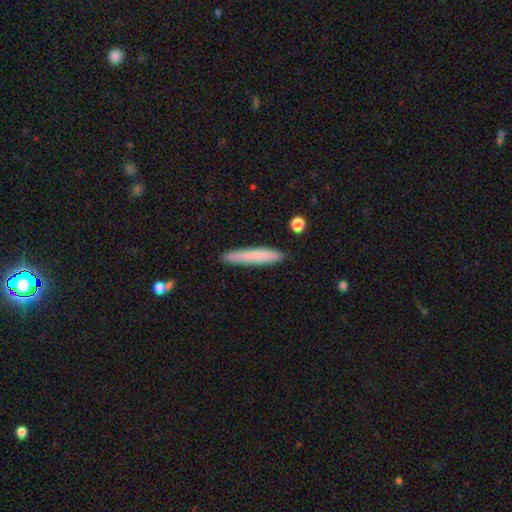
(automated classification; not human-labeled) Smooth or featured? Predicted: smooth (p=0.76). How rounded? Predicted: cigar-shaped (p=0.94). Merging? Predicted: none (p=0.88).